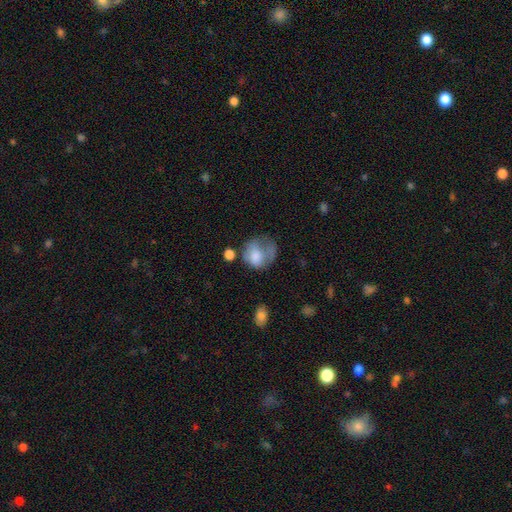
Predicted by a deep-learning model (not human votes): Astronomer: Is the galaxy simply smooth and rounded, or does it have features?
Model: smooth — 68%.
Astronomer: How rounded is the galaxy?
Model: round — 58% (runner-up: in between, 41%).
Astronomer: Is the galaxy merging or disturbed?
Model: major disturbance — 39% (runner-up: minor disturbance, 27%).